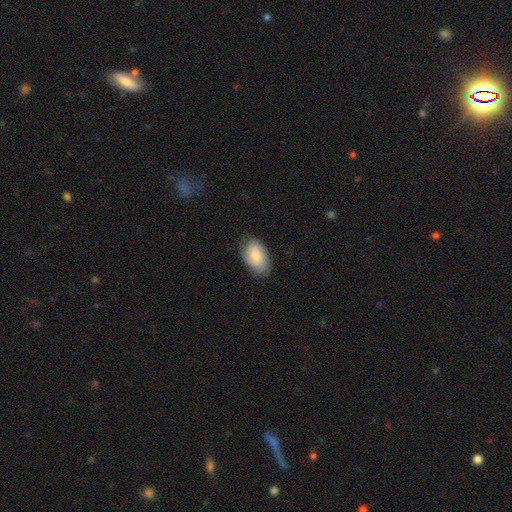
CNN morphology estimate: smooth_or_featured: smooth (p=0.81) [alt: featured or disk p=0.13]
how_rounded: in between (p=0.93) [alt: round p=0.05]
merging: none (p=0.77) [alt: minor disturbance p=0.18]